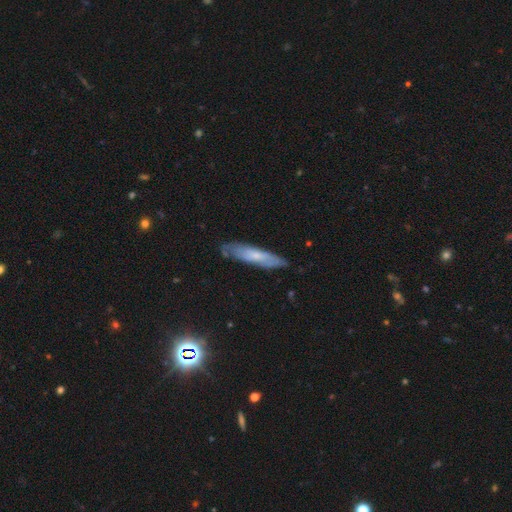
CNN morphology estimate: Smooth or featured? smooth (48%)
Merging? none (77%)